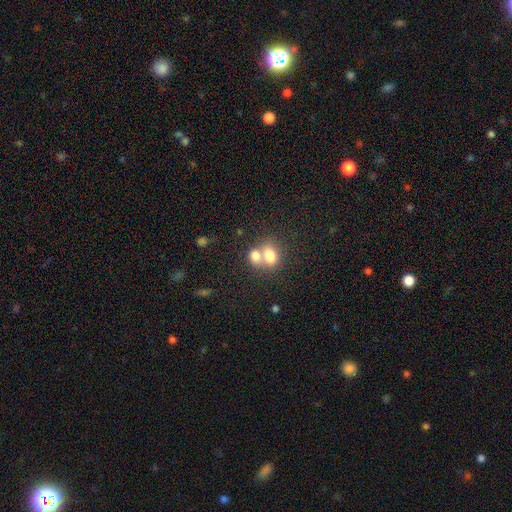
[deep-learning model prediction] Smooth or featured? smooth (75%)
How rounded? in between (59%)
Merging? merger (64%)